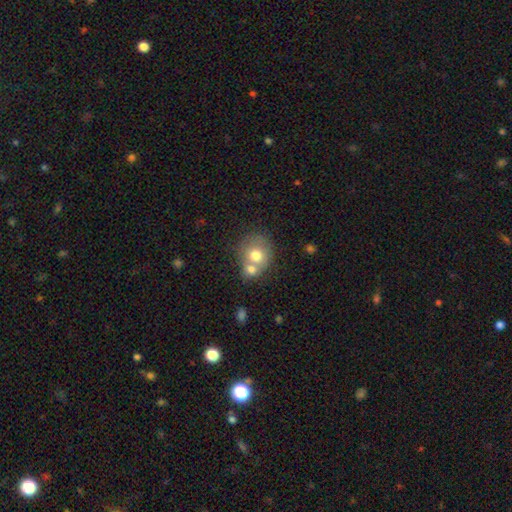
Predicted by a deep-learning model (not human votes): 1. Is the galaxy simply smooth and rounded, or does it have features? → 71% smooth, 21% featured or disk, 9% star or artifact.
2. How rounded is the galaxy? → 77% round, 22% in between, 1% cigar-shaped.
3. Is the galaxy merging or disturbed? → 52% merger, 36% none, 9% minor disturbance, 4% major disturbance.